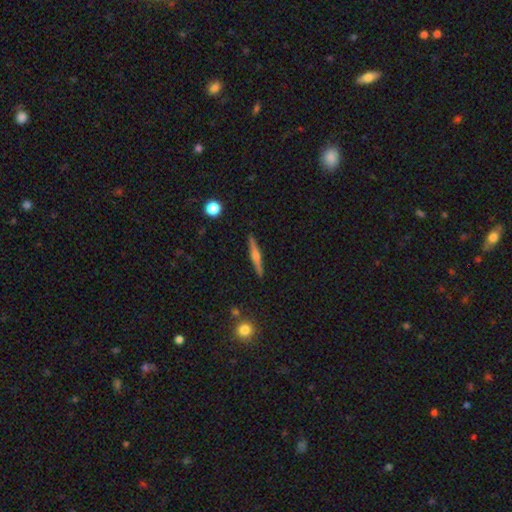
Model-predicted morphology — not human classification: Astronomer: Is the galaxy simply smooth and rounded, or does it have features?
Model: featured or disk — 66%.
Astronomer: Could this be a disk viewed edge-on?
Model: yes — 98%.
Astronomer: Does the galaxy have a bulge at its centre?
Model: rounded — 84%.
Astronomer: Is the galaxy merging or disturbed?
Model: none — 91%.